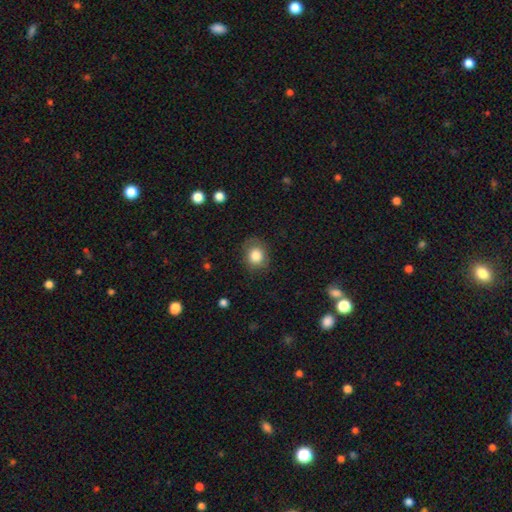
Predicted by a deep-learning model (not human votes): This is clearly a smooth galaxy (83%). How rounded: likely round (71%). Merging: likely none (76%).